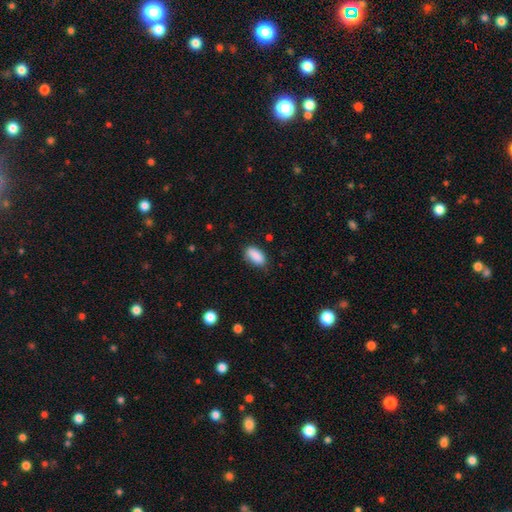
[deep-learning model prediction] A smooth galaxy with no disk features (89%) that is in between round and cigar-shaped (90%).

Vote fractions:
- Smooth or featured? smooth: 89% / star or artifact: 7% / featured or disk: 4%
- How rounded? in between: 90% / cigar-shaped: 6% / round: 3%
- Merging? none: 76% / minor disturbance: 19% / major disturbance: 4% / merger: 2%